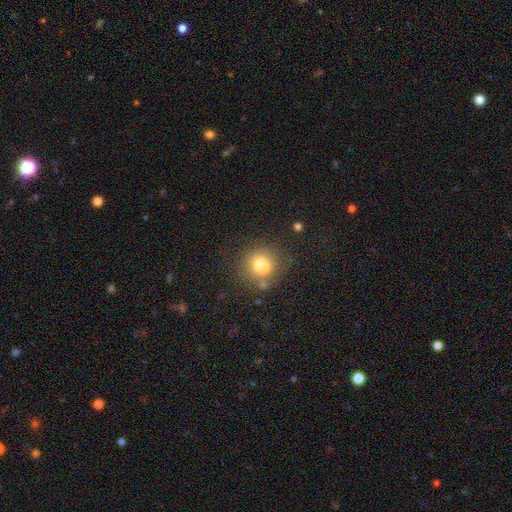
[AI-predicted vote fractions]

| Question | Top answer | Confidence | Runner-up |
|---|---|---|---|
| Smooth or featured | smooth | 75% | star or artifact (15%) |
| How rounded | round | 77% | in between (22%) |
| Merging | none | 78% | minor disturbance (11%) |